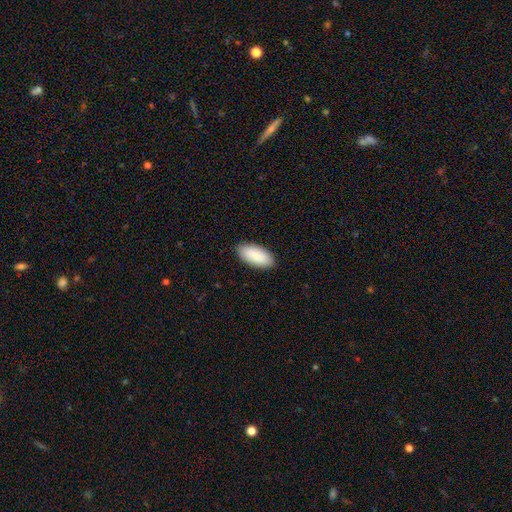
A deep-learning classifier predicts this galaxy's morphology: A smooth galaxy with no disk features (90%) that is in between round and cigar-shaped (93%).

Vote fractions:
- Smooth or featured? smooth: 90% / star or artifact: 5% / featured or disk: 5%
- How rounded? in between: 93% / cigar-shaped: 6% / round: 2%
- Merging? none: 89% / minor disturbance: 9% / major disturbance: 2% / merger: 1%